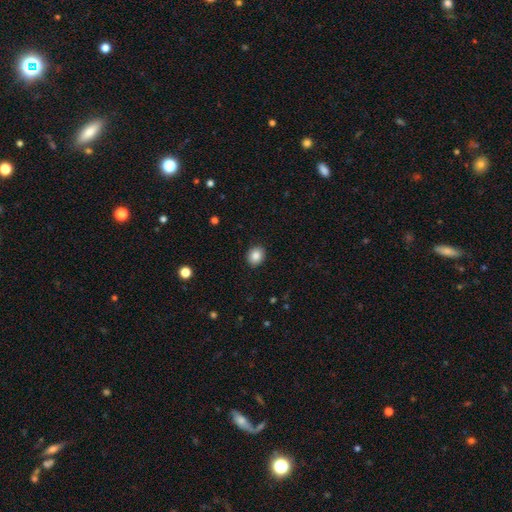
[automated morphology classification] Smooth or featured?
  - smooth: 87% *
  - star or artifact: 9%
  - featured or disk: 4%
How rounded?
  - round: 66% *
  - in between: 33%
  - cigar-shaped: 1%
Merging?
  - none: 91% *
  - minor disturbance: 6%
  - major disturbance: 2%
  - merger: 1%